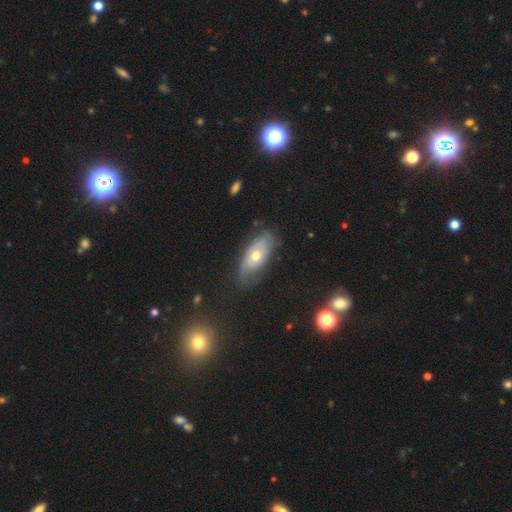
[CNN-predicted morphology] A featured or disk galaxy (49%). Merging: none (69%).